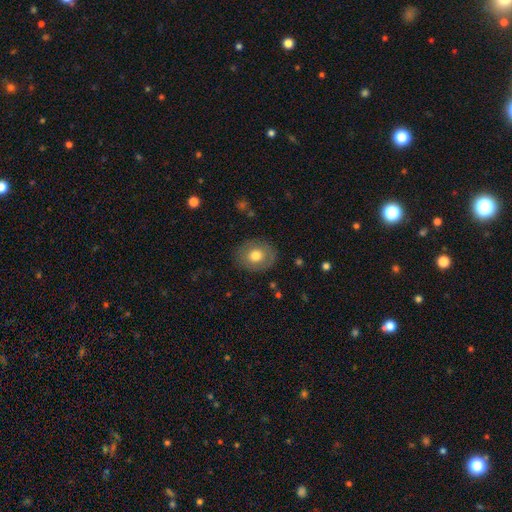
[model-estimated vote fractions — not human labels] Smooth or featured? Predicted: smooth (p=0.65). How rounded? Predicted: round (p=0.60). Merging? Predicted: none (p=0.84).